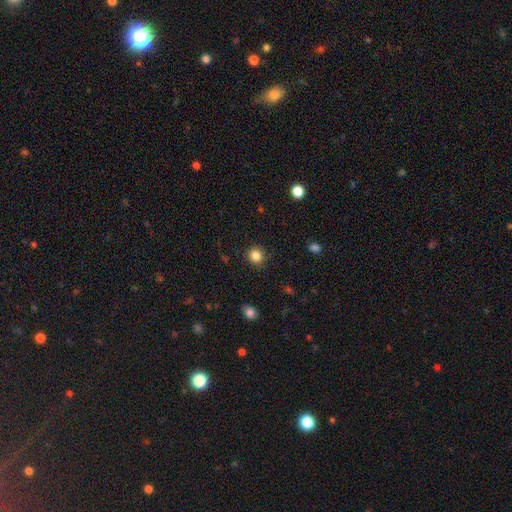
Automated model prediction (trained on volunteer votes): The model was most divided on "smooth or featured": smooth: 84%, star or artifact: 11%, featured or disk: 5%. More confident: how rounded — round (91%); merging — none (90%).